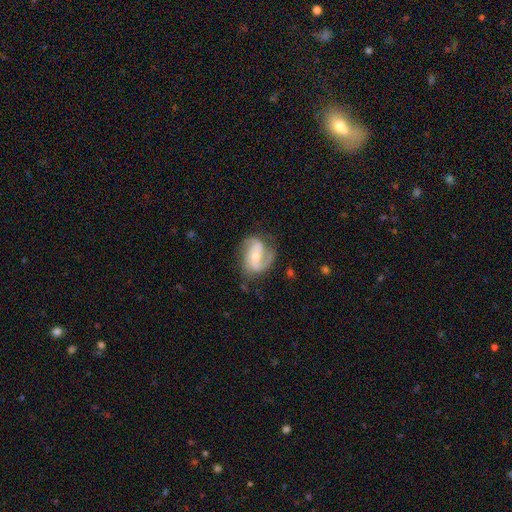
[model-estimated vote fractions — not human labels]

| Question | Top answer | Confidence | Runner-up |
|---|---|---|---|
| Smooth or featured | featured or disk | 85% | smooth (9%) |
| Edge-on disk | no | 97% | yes (3%) |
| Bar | no | 39% | weak (37%) |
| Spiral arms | yes | 96% | no (4%) |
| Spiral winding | medium | 50% | tight (26%) |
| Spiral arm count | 2 | 75% | 3 (11%) |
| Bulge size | moderate | 53% | small (42%) |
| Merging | none | 68% | minor disturbance (20%) |